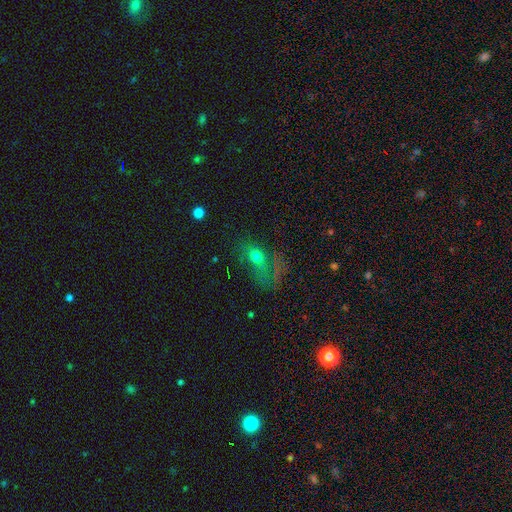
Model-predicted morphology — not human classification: A smooth galaxy with no disk features (55%) that is in between round and cigar-shaped (63%).

Vote fractions:
- Smooth or featured? smooth: 55% / featured or disk: 25% / star or artifact: 20%
- How rounded? in between: 63% / round: 30% / cigar-shaped: 7%
- Merging? major disturbance: 38% / none: 35% / minor disturbance: 19% / merger: 8%